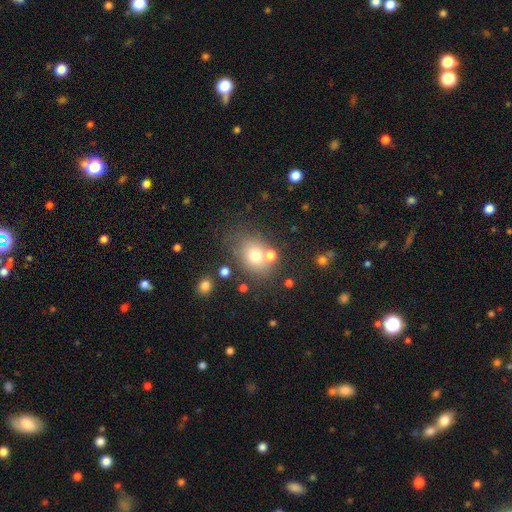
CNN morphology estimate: Smooth or featured?
  - smooth: 70% *
  - star or artifact: 15%
  - featured or disk: 15%
How rounded?
  - round: 55% *
  - in between: 44%
  - cigar-shaped: 1%
Merging?
  - none: 63% *
  - merger: 17%
  - minor disturbance: 13%
  - major disturbance: 6%